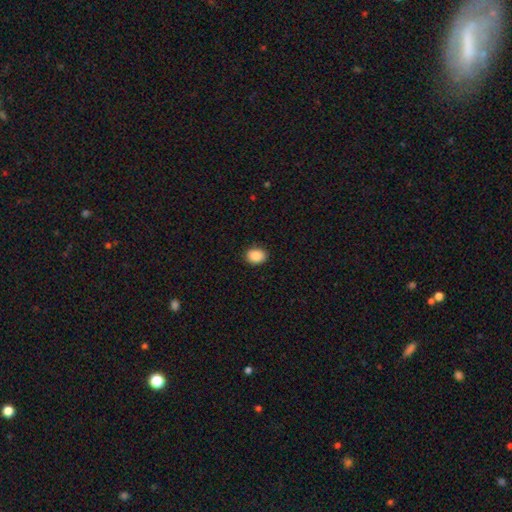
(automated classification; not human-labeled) Q: Smooth or featured?
A: smooth (89%); runner-up: star or artifact (8%)
Q: How rounded?
A: in between (61%); runner-up: round (38%)
Q: Merging?
A: none (89%); runner-up: minor disturbance (8%)